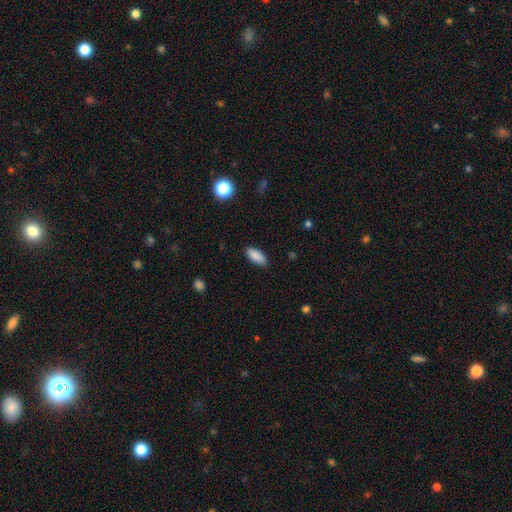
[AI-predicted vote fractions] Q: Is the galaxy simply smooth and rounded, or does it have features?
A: smooth — 88%.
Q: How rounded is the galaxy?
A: in between — 86%.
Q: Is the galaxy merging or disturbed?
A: none — 86%.